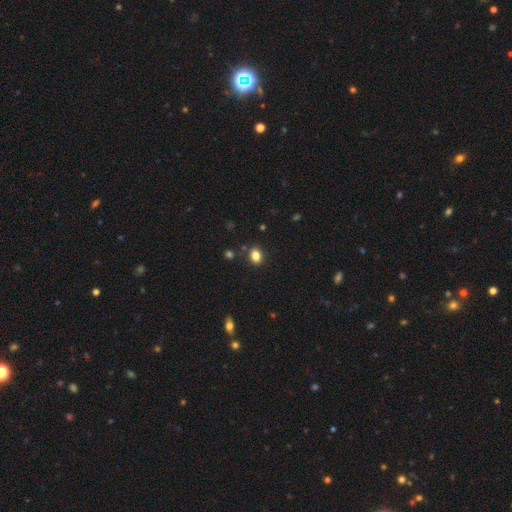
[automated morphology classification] type=smooth (83%); roundness=in between (65%); merging=none (84%).